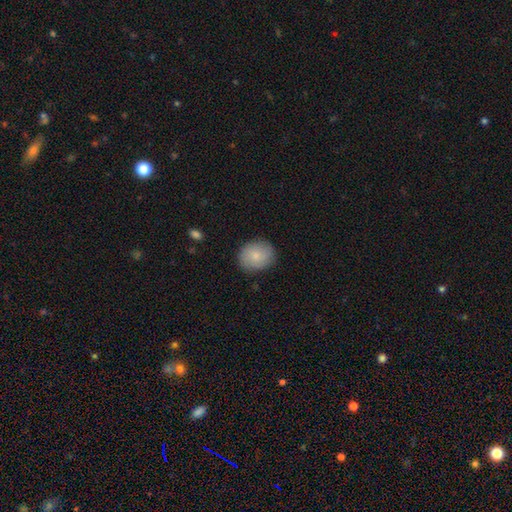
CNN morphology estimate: A smooth galaxy with no disk features (81%) that is round (65%). Merging: none (86%).